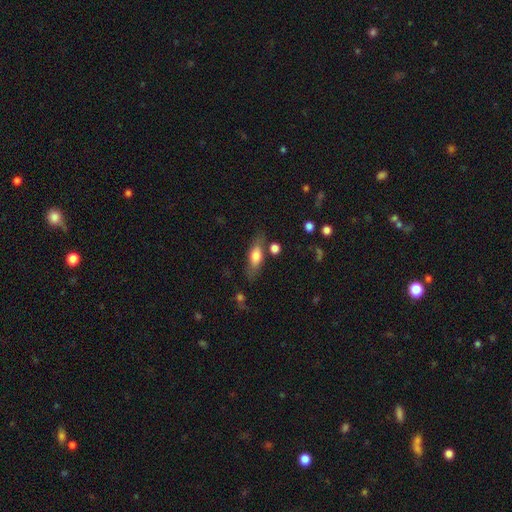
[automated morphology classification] This appears to be a smooth galaxy with no disk features (66%) that is in between round and cigar-shaped (64%). Merging: none (71%).